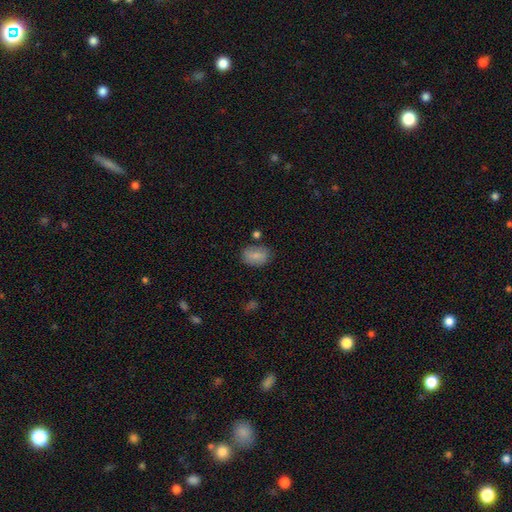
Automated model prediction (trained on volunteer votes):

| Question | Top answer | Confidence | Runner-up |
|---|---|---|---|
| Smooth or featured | smooth | 79% | featured or disk (13%) |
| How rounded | in between | 77% | round (22%) |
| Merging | none | 76% | minor disturbance (15%) |